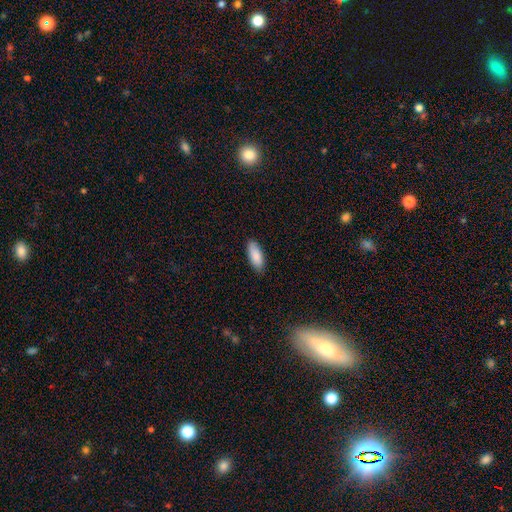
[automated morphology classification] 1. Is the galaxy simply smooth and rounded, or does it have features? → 88% smooth, 6% featured or disk, 6% star or artifact.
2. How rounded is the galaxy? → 79% in between, 19% cigar-shaped, 2% round.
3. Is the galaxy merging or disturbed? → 85% none, 12% minor disturbance, 2% major disturbance, 1% merger.